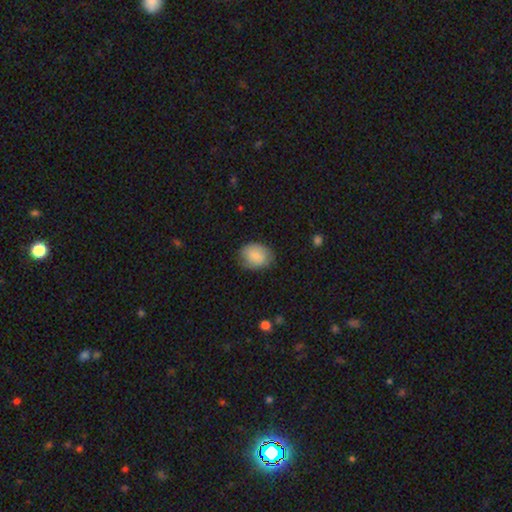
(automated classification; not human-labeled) A smooth galaxy with no disk features (83%) that is in between round and cigar-shaped (53%).

Vote fractions:
- Smooth or featured? smooth: 83% / featured or disk: 10% / star or artifact: 7%
- How rounded? in between: 53% / round: 46% / cigar-shaped: 1%
- Merging? none: 76% / minor disturbance: 18% / major disturbance: 4% / merger: 1%